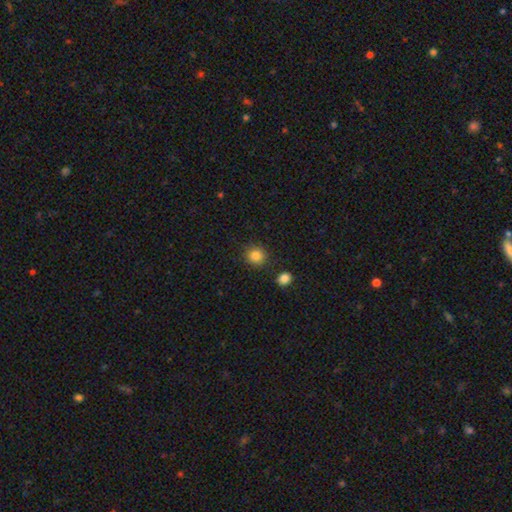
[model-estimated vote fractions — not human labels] Overall: smooth (85%). How rounded: round (90%). Merging: none (87%).